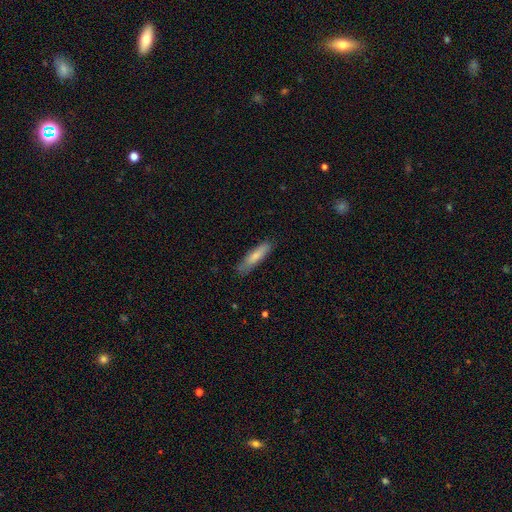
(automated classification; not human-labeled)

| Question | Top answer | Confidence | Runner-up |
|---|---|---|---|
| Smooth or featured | smooth | 76% | featured or disk (19%) |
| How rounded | cigar-shaped | 76% | in between (23%) |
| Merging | none | 78% | minor disturbance (17%) |